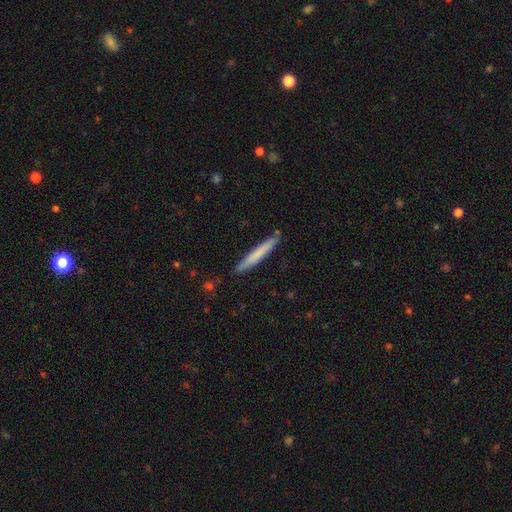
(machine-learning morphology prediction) Overall: smooth (72%). How rounded: cigar-shaped (96%). Merging: none (87%).